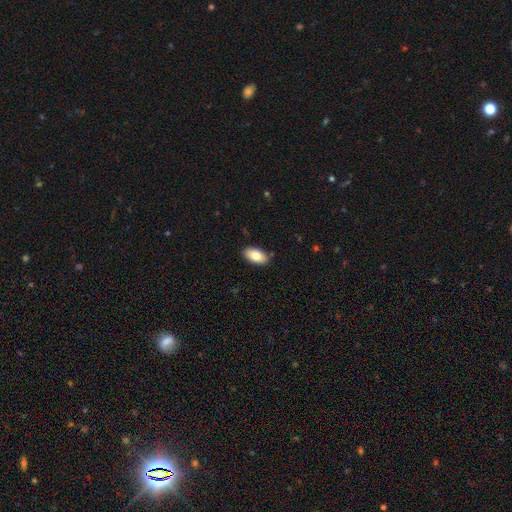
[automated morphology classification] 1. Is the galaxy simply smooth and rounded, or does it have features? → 81% smooth, 13% featured or disk, 7% star or artifact.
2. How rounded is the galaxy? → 94% in between, 4% round, 2% cigar-shaped.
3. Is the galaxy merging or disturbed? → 87% none, 10% minor disturbance, 2% major disturbance, 1% merger.